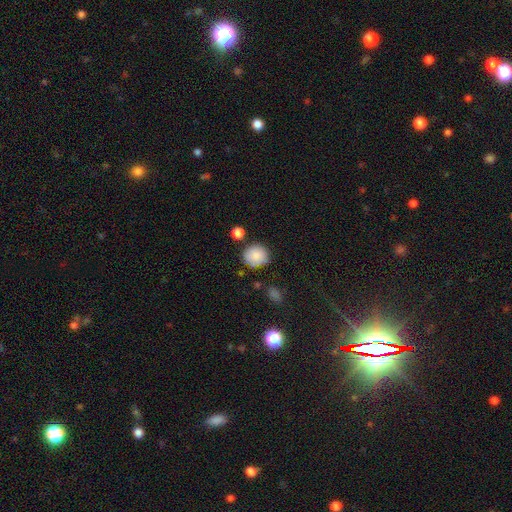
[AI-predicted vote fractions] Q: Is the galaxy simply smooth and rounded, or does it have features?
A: smooth — 85%.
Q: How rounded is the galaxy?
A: round — 85%.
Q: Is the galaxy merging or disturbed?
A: none — 75%.